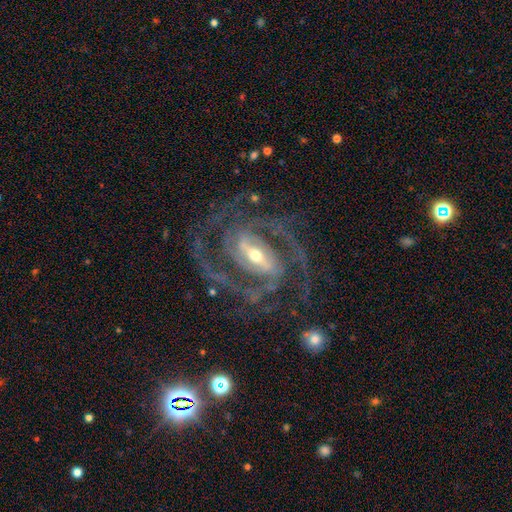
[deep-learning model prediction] smooth_or_featured: featured or disk (p=0.93) [alt: star or artifact p=0.04]
disk_edge_on: no (p=0.97) [alt: yes p=0.03]
bar: strong (p=0.62) [alt: weak p=0.28]
has_spiral_arms: yes (p=0.98) [alt: no p=0.02]
spiral_winding: medium (p=0.50) [alt: tight p=0.40]
spiral_arm_count: 2 (p=0.49) [alt: 3 p=0.22]
bulge_size: small (p=0.49) [alt: moderate p=0.45]
merging: none (p=0.73) [alt: minor disturbance p=0.14]